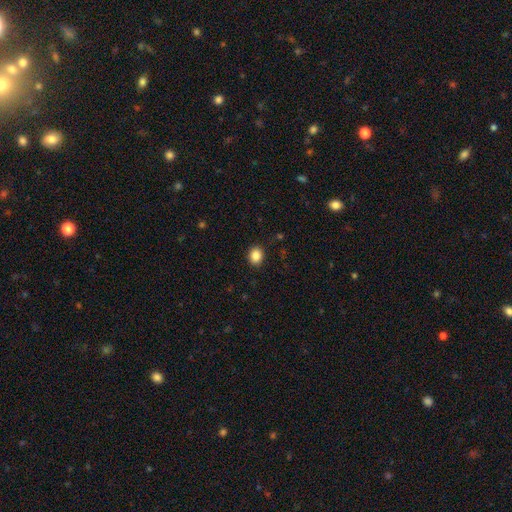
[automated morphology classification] Q: Smooth or featured?
A: smooth (86%); runner-up: star or artifact (10%)
Q: How rounded?
A: round (64%); runner-up: in between (35%)
Q: Merging?
A: none (89%); runner-up: minor disturbance (8%)